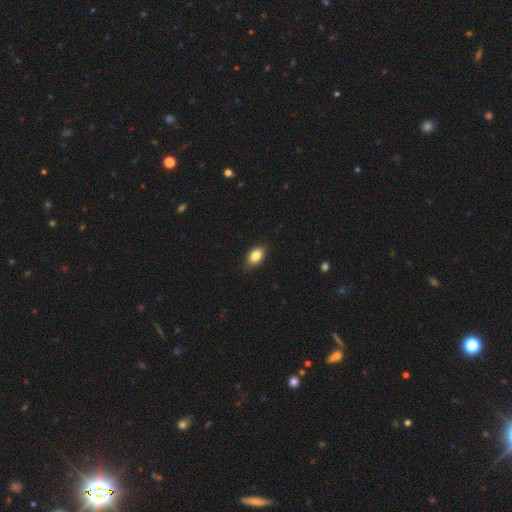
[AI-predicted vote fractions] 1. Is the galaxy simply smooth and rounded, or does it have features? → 84% smooth, 8% star or artifact, 8% featured or disk.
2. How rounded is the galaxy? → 86% in between, 13% round, 2% cigar-shaped.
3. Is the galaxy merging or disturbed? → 85% none, 12% minor disturbance, 2% major disturbance, 1% merger.